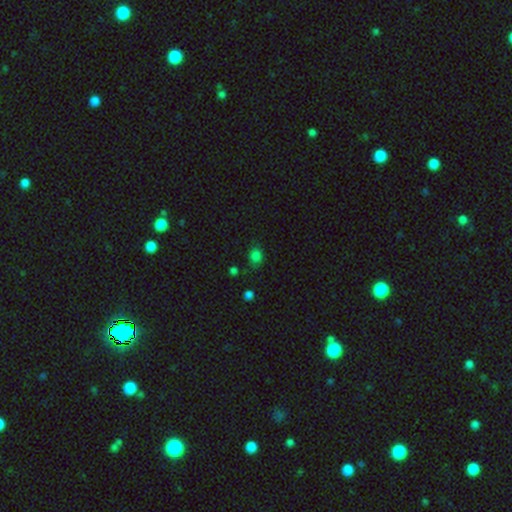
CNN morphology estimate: Overall: smooth (78%). How rounded: round (65%; in between 34%). Merging: none (73%).